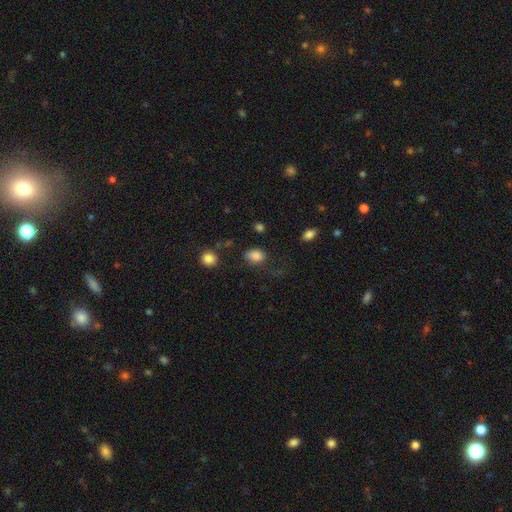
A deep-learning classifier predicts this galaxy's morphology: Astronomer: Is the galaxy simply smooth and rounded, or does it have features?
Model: smooth — 84%.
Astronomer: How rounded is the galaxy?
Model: in between — 76%.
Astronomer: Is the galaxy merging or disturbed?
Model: none — 62%.